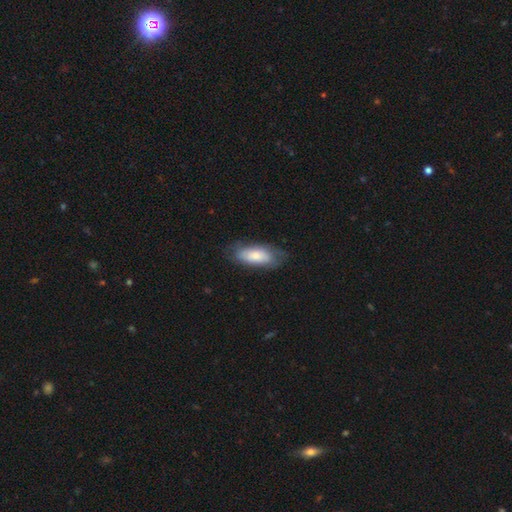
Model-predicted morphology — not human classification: smooth 76%, featured or disk 18%, star or artifact 6%. Down the decision tree: how rounded — in between (80%); merging — none (67%).